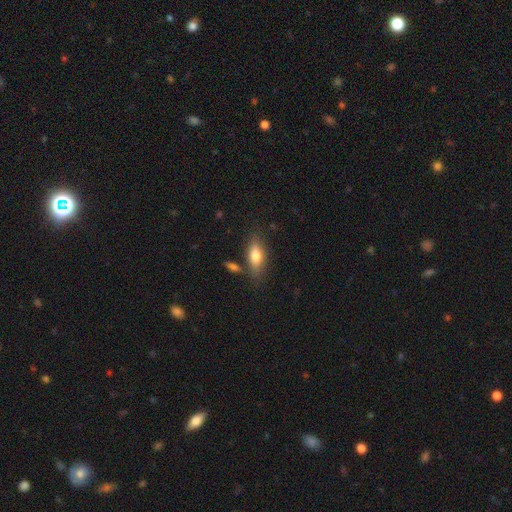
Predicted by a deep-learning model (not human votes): A smooth galaxy with no disk features (74%) that is in between round and cigar-shaped (73%).

Vote fractions:
- Smooth or featured? smooth: 74% / featured or disk: 19% / star or artifact: 7%
- How rounded? in between: 73% / cigar-shaped: 23% / round: 4%
- Merging? none: 73% / minor disturbance: 15% / merger: 8% / major disturbance: 4%